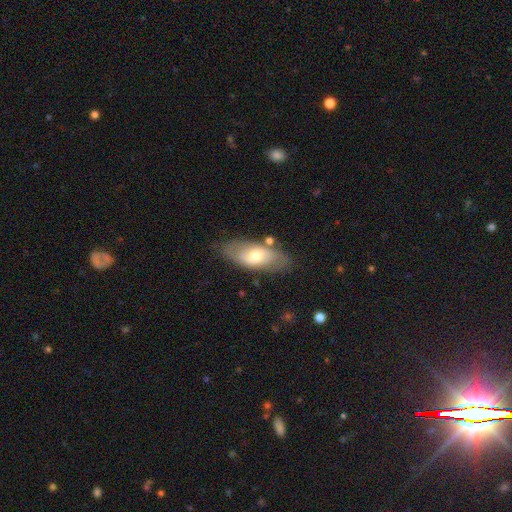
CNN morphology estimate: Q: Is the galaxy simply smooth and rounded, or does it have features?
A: featured or disk — 52%.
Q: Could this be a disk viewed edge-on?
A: no — 85%.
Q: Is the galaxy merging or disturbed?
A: none — 75%.